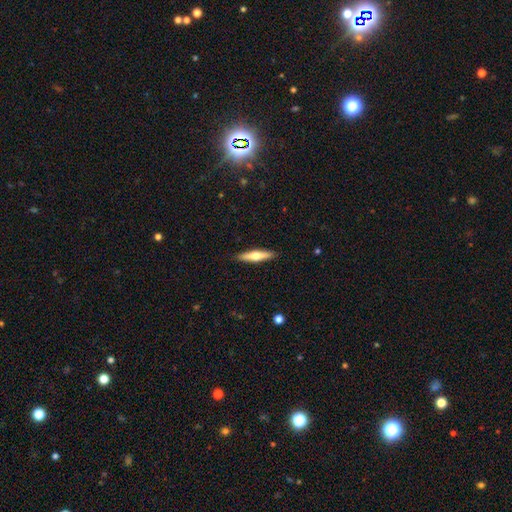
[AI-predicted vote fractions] This appears to be a smooth galaxy with no disk features (49%). Merging: none (90%).